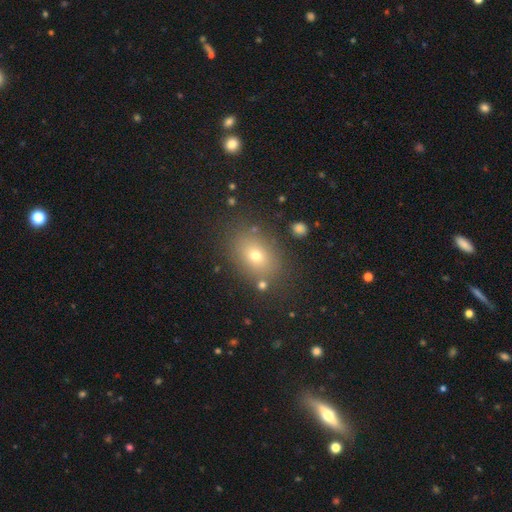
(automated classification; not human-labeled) Morphology: type=smooth (69%); roundness=in between (71%); merging=none (82%).